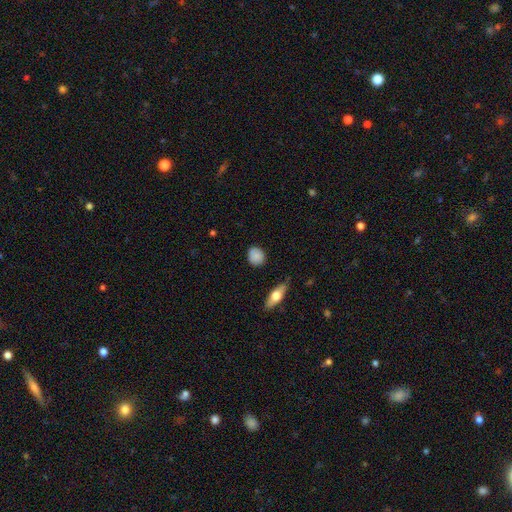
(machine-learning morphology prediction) The model was most divided on "how rounded": round: 69%, in between: 29%, cigar-shaped: 2%. More confident: smooth or featured — smooth (85%); merging — none (84%).